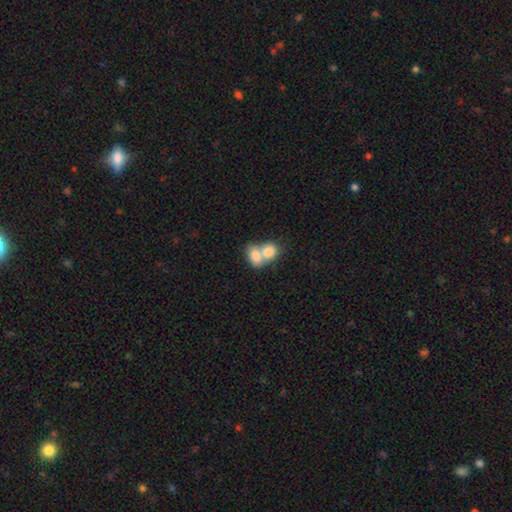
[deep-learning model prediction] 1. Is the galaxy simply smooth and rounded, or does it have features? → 79% smooth, 14% featured or disk, 7% star or artifact.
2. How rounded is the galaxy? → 70% in between, 29% round, 1% cigar-shaped.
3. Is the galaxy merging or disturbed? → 76% merger, 16% none, 5% minor disturbance, 3% major disturbance.